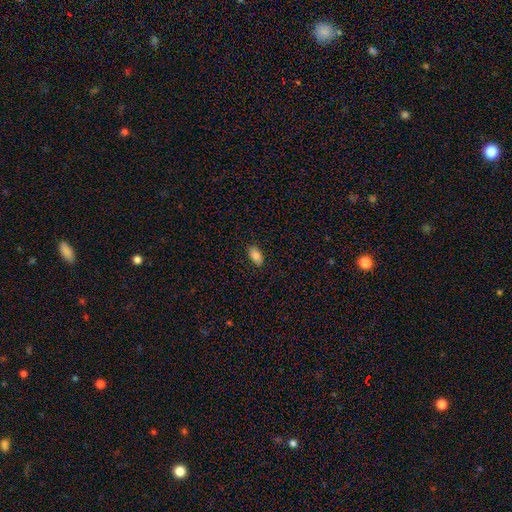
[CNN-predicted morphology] Smooth or featured?
  - smooth: 81% *
  - featured or disk: 11%
  - star or artifact: 8%
How rounded?
  - in between: 92% *
  - round: 5%
  - cigar-shaped: 2%
Merging?
  - none: 87% *
  - minor disturbance: 10%
  - major disturbance: 2%
  - merger: 1%